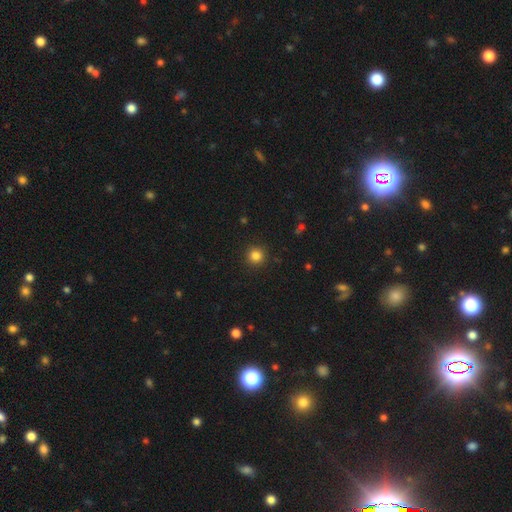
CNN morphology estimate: Smooth or featured? Predicted: smooth (p=0.83). How rounded? Predicted: round (p=0.95). Merging? Predicted: none (p=0.92).